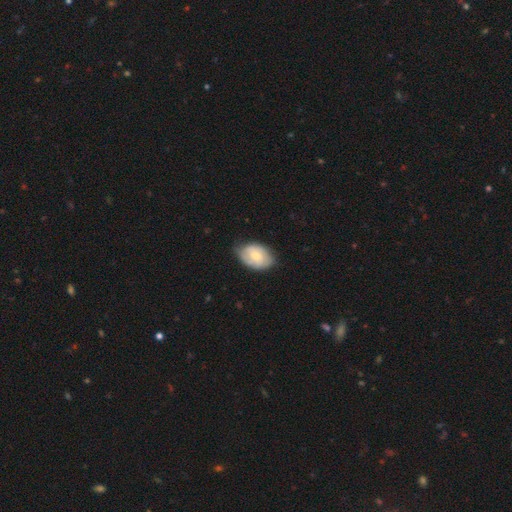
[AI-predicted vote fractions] smooth 53%, featured or disk 41%, star or artifact 6%. Down the decision tree: how rounded — in between (81%); merging — none (67%).